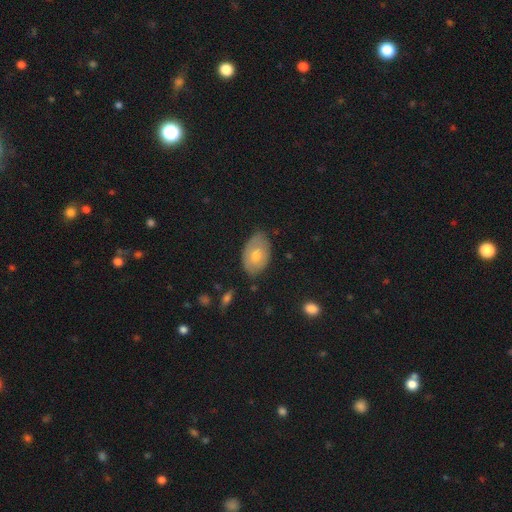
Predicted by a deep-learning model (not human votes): Smooth or featured?
  - smooth: 61% *
  - featured or disk: 31%
  - star or artifact: 8%
How rounded?
  - in between: 89% *
  - round: 9%
  - cigar-shaped: 1%
Merging?
  - none: 70% *
  - minor disturbance: 24%
  - major disturbance: 4%
  - merger: 2%